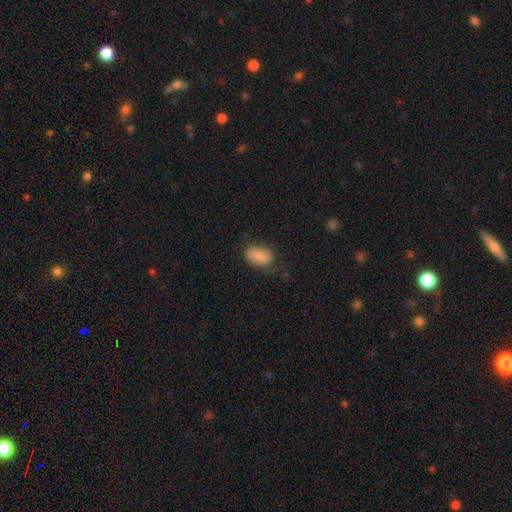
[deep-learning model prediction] smooth 78%, featured or disk 13%, star or artifact 9%. Down the decision tree: how rounded — in between (85%); merging — none (57%).